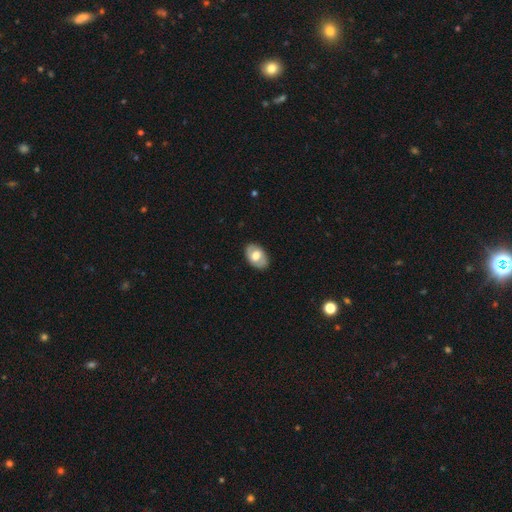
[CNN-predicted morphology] Smooth or featured: smooth — 56% (featured or disk — 37%)
How rounded: in between — 87% (round — 12%)
Merging: none — 85% (minor disturbance — 11%)